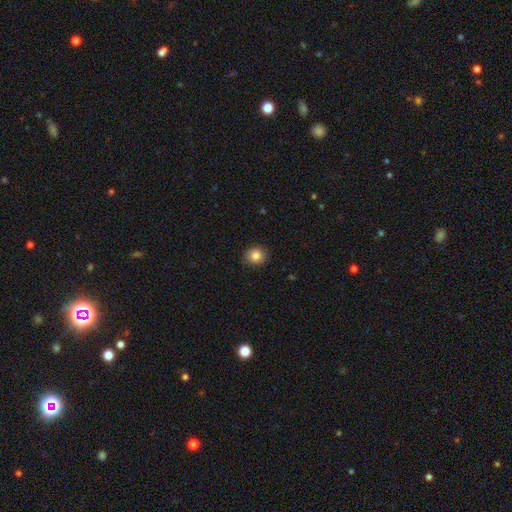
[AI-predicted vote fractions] This is clearly a smooth galaxy (85%). How rounded: clearly round (84%). Merging: clearly none (90%).